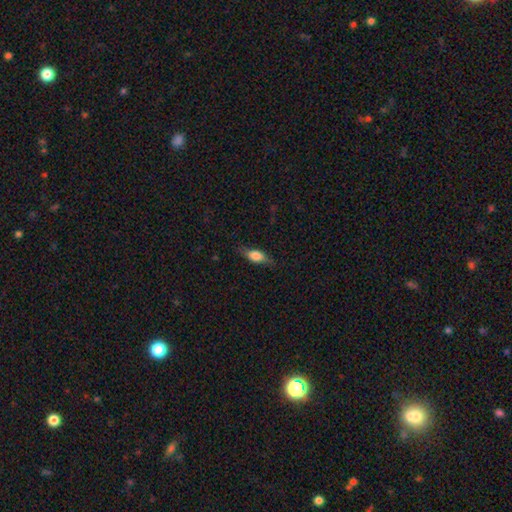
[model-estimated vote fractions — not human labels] A smooth galaxy with no disk features (68%) that is in between round and cigar-shaped (73%).

Vote fractions:
- Smooth or featured? smooth: 68% / featured or disk: 25% / star or artifact: 7%
- How rounded? in between: 73% / cigar-shaped: 22% / round: 5%
- Merging? none: 76% / minor disturbance: 18% / major disturbance: 5% / merger: 1%